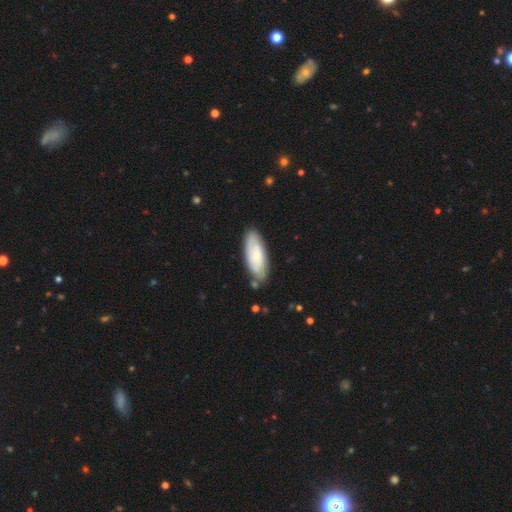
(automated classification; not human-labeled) The model was most divided on "smooth or featured": smooth: 61%, featured or disk: 33%, star or artifact: 6%. More confident: merging — none (76%); how rounded — in between (71%).